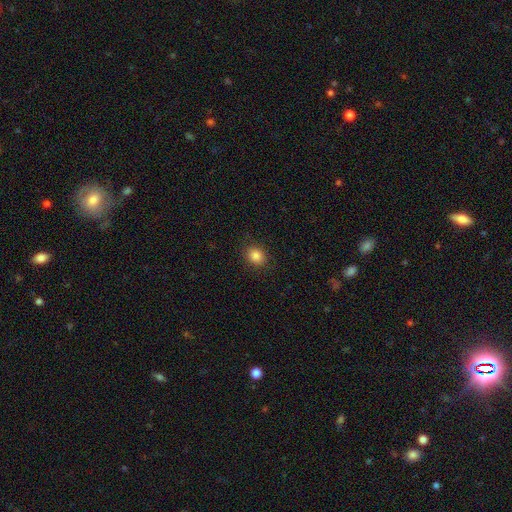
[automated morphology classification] The model was most divided on "how rounded": round: 65%, in between: 34%, cigar-shaped: 1%. More confident: merging — none (89%); smooth or featured — smooth (85%).